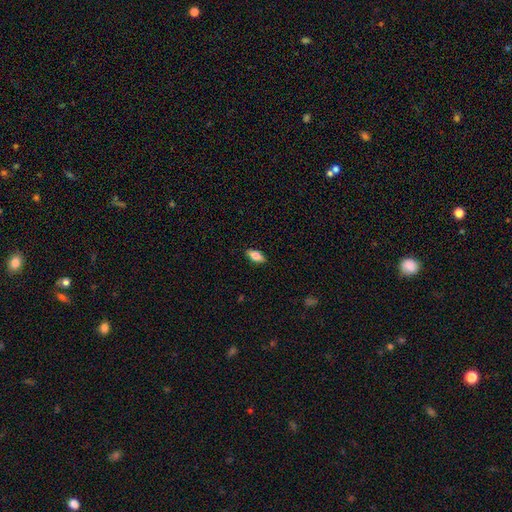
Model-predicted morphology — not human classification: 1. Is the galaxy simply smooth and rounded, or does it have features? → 77% smooth, 16% featured or disk, 7% star or artifact.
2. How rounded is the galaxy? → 84% in between, 13% cigar-shaped, 3% round.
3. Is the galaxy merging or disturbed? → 88% none, 9% minor disturbance, 2% major disturbance, 1% merger.